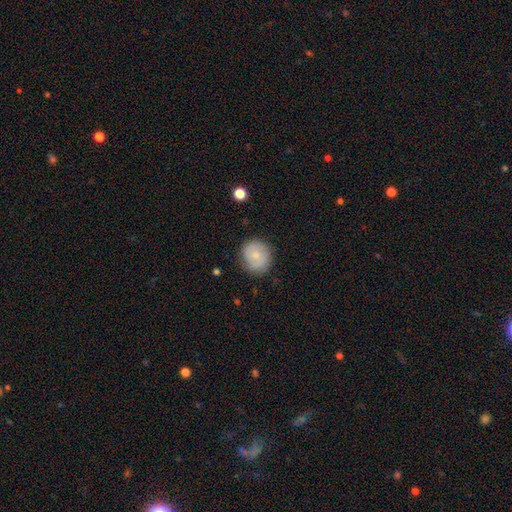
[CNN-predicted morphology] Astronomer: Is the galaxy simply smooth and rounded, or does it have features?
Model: smooth — 58% (runner-up: featured or disk, 35%).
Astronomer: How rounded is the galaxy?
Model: round — 85%.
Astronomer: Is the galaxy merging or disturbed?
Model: none — 81%.